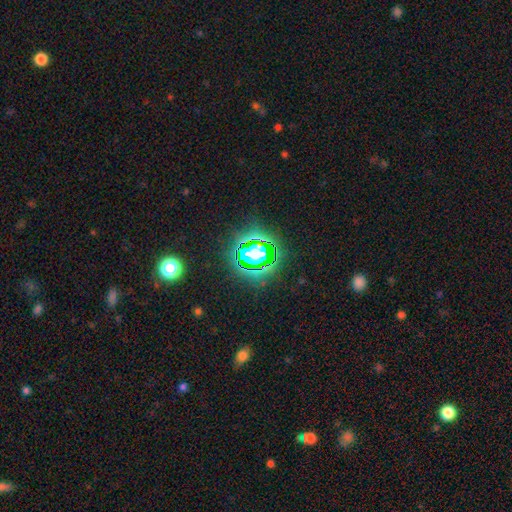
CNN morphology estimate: Smooth or featured?
  - star or artifact: 72% *
  - smooth: 18%
  - featured or disk: 10%